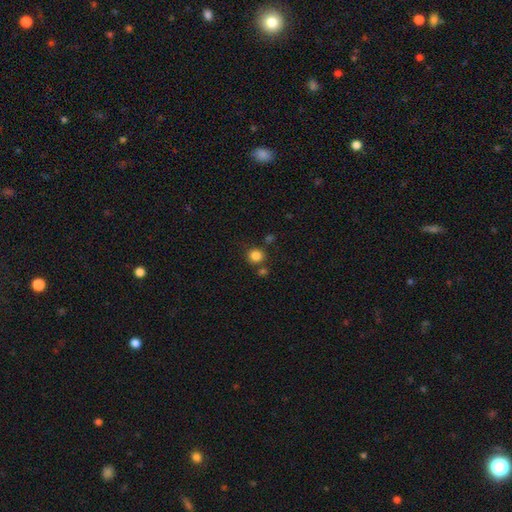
Volunteers were most divided on "merging": none: 72%, merger: 19%, minor disturbance: 8%, major disturbance: 0%. More confident: how rounded — round (97%); smooth or featured — smooth (82%).